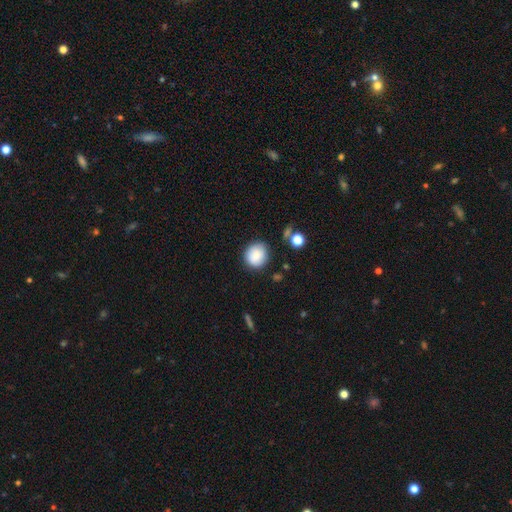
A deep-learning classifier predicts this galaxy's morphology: Overall: smooth (84%). How rounded: round (86%). Merging: none (80%).